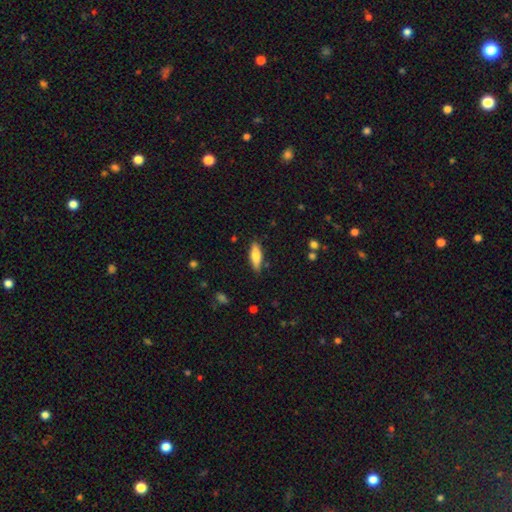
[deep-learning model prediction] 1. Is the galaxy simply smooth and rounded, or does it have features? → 78% smooth, 16% featured or disk, 6% star or artifact.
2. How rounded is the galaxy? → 54% in between, 44% cigar-shaped, 2% round.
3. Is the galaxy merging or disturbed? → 84% none, 12% minor disturbance, 2% major disturbance, 2% merger.